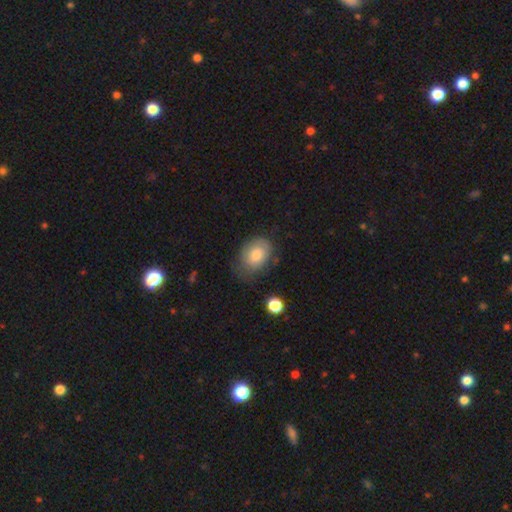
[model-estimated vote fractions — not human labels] smooth 76%, featured or disk 17%, star or artifact 7%. Down the decision tree: how rounded — in between (72%); merging — none (59%).